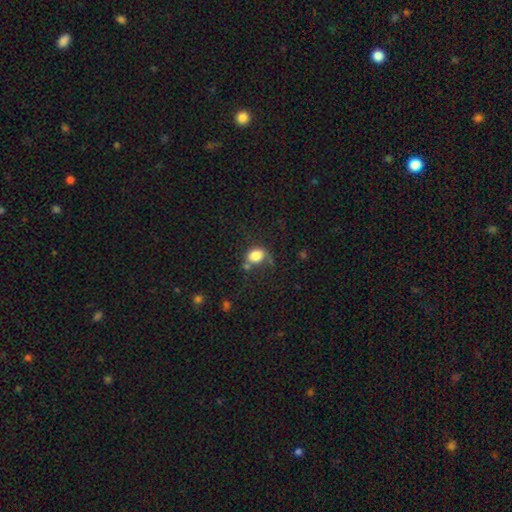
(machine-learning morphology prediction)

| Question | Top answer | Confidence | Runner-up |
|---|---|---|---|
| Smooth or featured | smooth | 82% | star or artifact (10%) |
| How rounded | in between | 61% | round (38%) |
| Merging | none | 55% | minor disturbance (23%) |